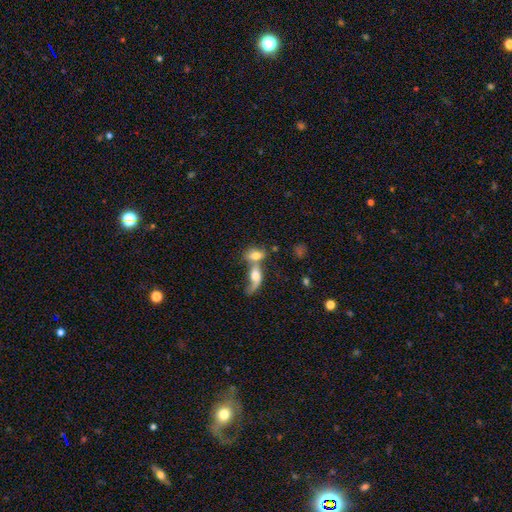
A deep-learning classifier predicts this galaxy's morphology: This appears to be a smooth galaxy with no disk features (65%) that is in between round and cigar-shaped (76%). Merging: merger (70%).